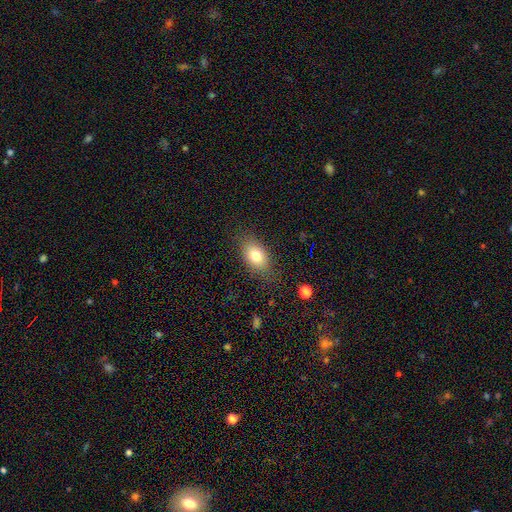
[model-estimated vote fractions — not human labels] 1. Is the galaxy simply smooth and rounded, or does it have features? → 78% smooth, 13% featured or disk, 9% star or artifact.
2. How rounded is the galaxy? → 82% in between, 15% round, 2% cigar-shaped.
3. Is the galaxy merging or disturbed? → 79% none, 15% minor disturbance, 5% major disturbance, 1% merger.